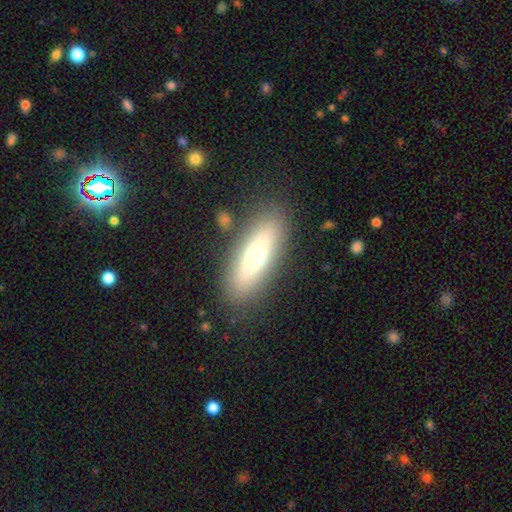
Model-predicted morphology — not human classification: Smooth or featured? Predicted: smooth (p=0.61). How rounded? Predicted: in between (p=0.59). Merging? Predicted: none (p=0.84).